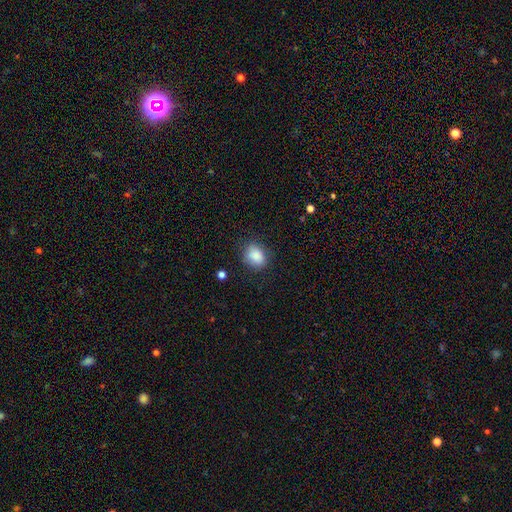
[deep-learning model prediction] This is clearly a smooth galaxy (87%). How rounded: possibly in between (55%). Merging: likely none (78%).